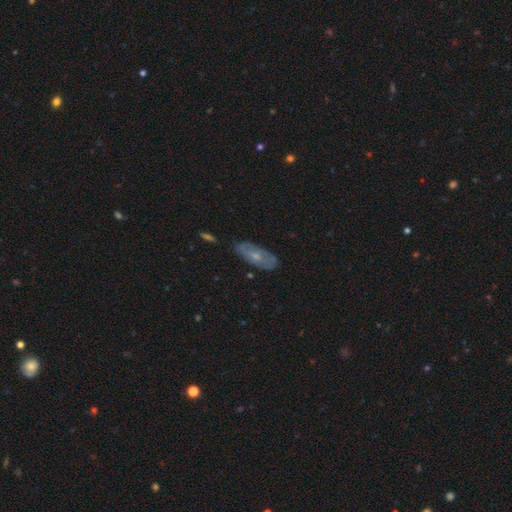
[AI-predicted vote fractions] The model was most divided on "smooth or featured": featured or disk: 53%, smooth: 39%, star or artifact: 8%. More confident: edge-on disk — no (82%); merging — none (77%).